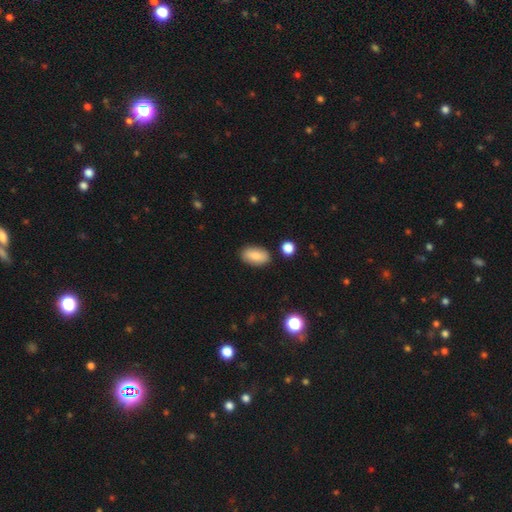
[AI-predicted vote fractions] A smooth galaxy with no disk features (84%) that is in between round and cigar-shaped (92%).

Vote fractions:
- Smooth or featured? smooth: 84% / featured or disk: 9% / star or artifact: 7%
- How rounded? in between: 92% / round: 4% / cigar-shaped: 3%
- Merging? none: 86% / minor disturbance: 9% / merger: 3% / major disturbance: 2%